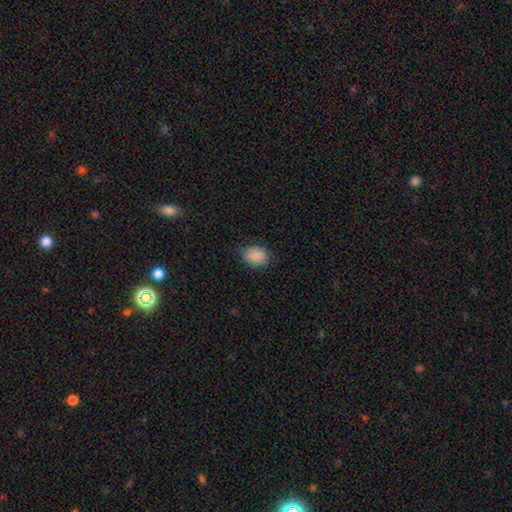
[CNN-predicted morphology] Smooth or featured? smooth (88%)
How rounded? in between (61%)
Merging? none (84%)